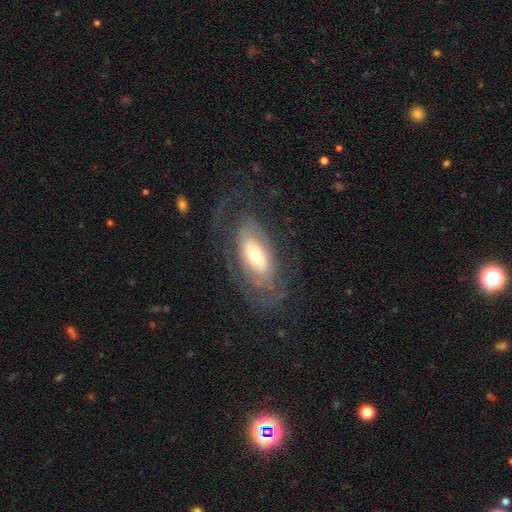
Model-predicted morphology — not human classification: A featured or disk galaxy (71%) with no bar (59%), spiral arms (73%) and a moderate central bulge (57%). Merging: none (63%).